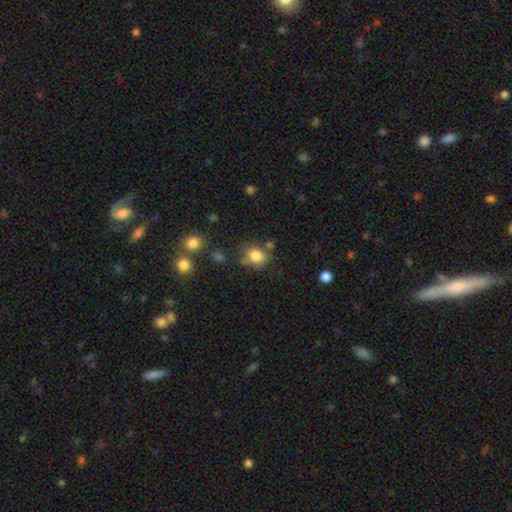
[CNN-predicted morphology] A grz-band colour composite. It shows a smooth galaxy with no disk features (81%) that is round (58%). Merging: none (58%).